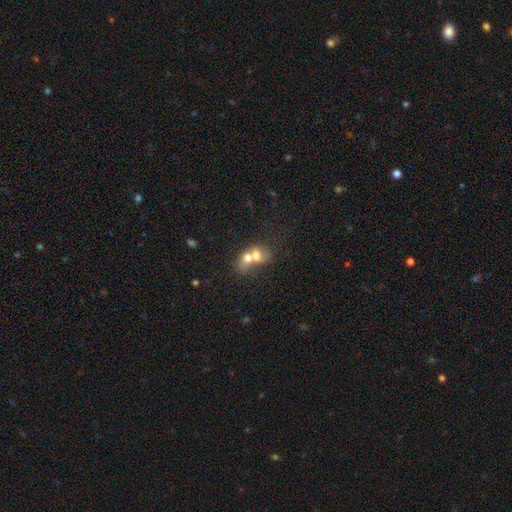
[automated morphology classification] A smooth galaxy with no disk features (64%) that is in between round and cigar-shaped (59%).

Vote fractions:
- Smooth or featured? smooth: 64% / featured or disk: 27% / star or artifact: 9%
- How rounded? in between: 59% / round: 40% / cigar-shaped: 2%
- Merging? merger: 78% / none: 12% / minor disturbance: 5% / major disturbance: 5%